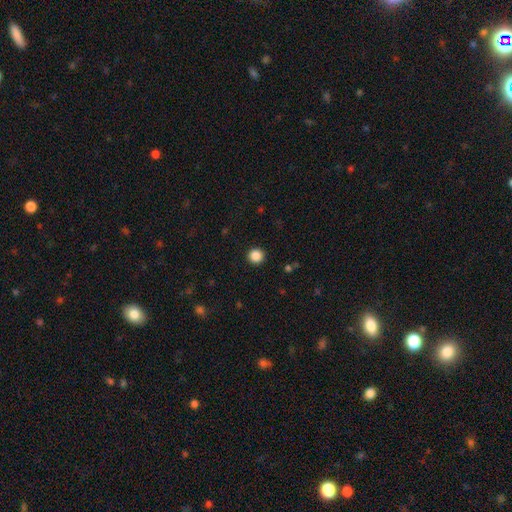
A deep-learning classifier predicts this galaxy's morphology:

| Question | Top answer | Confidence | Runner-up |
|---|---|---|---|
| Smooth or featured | smooth | 87% | star or artifact (10%) |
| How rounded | round | 95% | in between (4%) |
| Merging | none | 93% | minor disturbance (4%) |